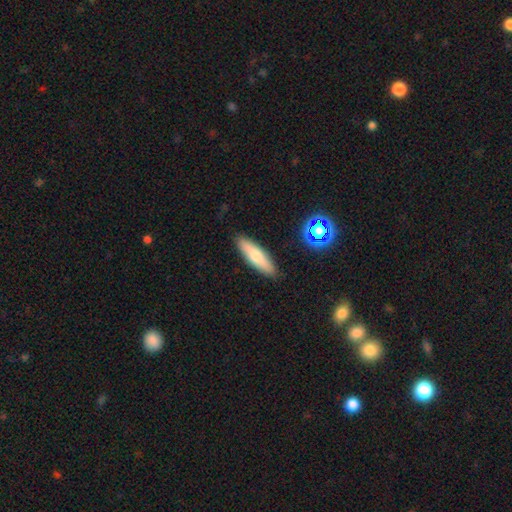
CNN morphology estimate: This appears to be a smooth galaxy with no disk features (67%) that is cigar-shaped (64%). Merging: none (88%).